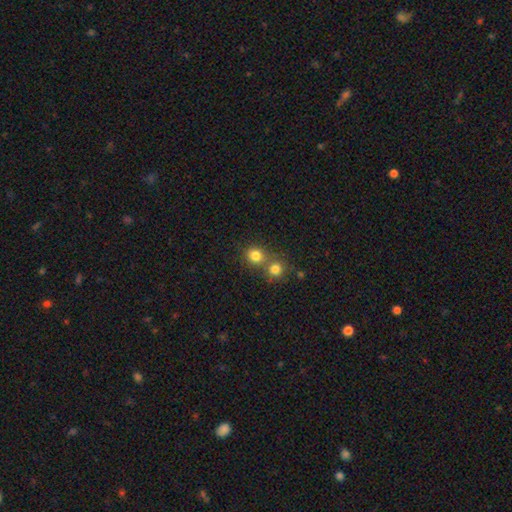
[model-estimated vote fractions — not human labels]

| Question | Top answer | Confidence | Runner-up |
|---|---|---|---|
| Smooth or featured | smooth | 81% | star or artifact (13%) |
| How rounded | round | 84% | in between (15%) |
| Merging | none | 54% | merger (37%) |